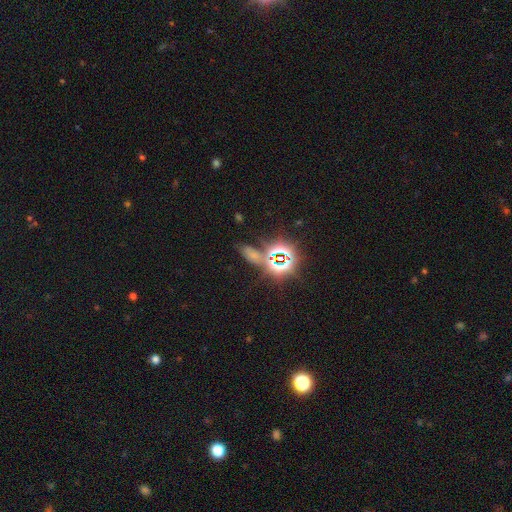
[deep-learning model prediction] star or artifact 69%, smooth 20%, featured or disk 10%.